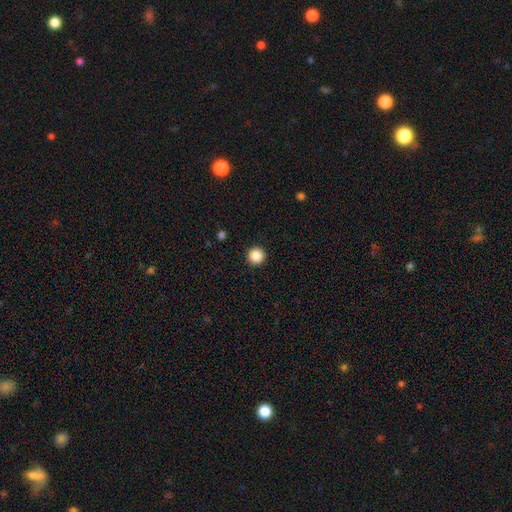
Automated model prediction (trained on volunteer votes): A smooth galaxy with no disk features (87%) that is round (95%). Merging: none (93%).